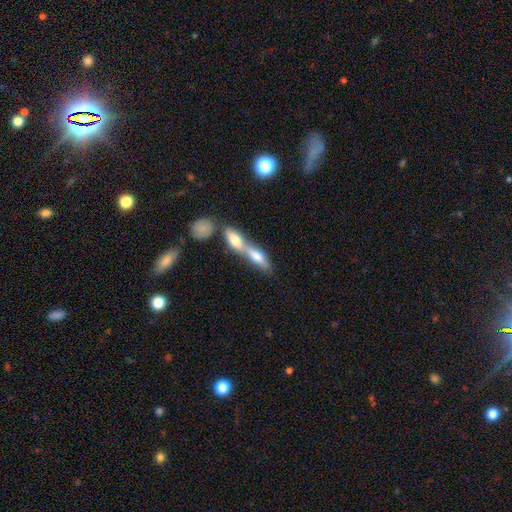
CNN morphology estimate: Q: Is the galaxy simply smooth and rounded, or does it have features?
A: smooth — 49%.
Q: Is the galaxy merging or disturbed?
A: merger — 61%.